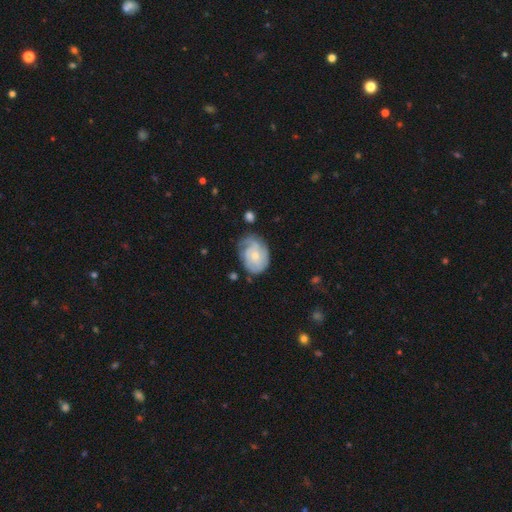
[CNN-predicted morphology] Smooth or featured: featured or disk — 71% (smooth — 23%)
Edge-on disk: no — 97% (yes — 3%)
Bar: no — 73% (weak — 24%)
Spiral arms: yes — 91% (no — 9%)
Spiral winding: tight — 58% (medium — 31%)
Spiral arm count: can't tell — 34% (3 — 25%)
Bulge size: small — 56% (moderate — 39%)
Merging: none — 56% (minor disturbance — 29%)